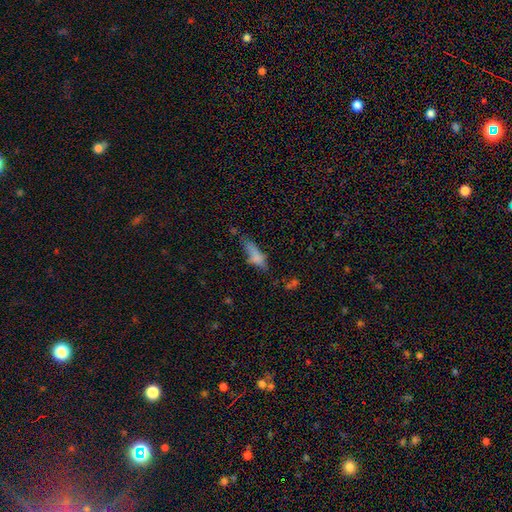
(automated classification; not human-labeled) Smooth or featured? smooth (68%)
How rounded? cigar-shaped (49%)
Merging? none (40%)